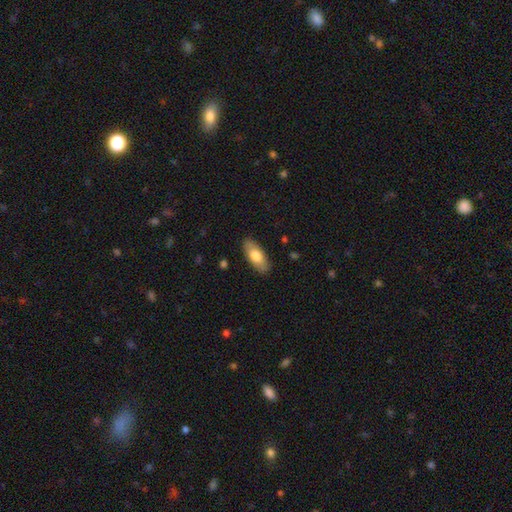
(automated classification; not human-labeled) Smooth or featured?
  - smooth: 74% *
  - featured or disk: 21%
  - star or artifact: 6%
How rounded?
  - in between: 84% *
  - cigar-shaped: 14%
  - round: 2%
Merging?
  - none: 86% *
  - minor disturbance: 10%
  - major disturbance: 2%
  - merger: 1%